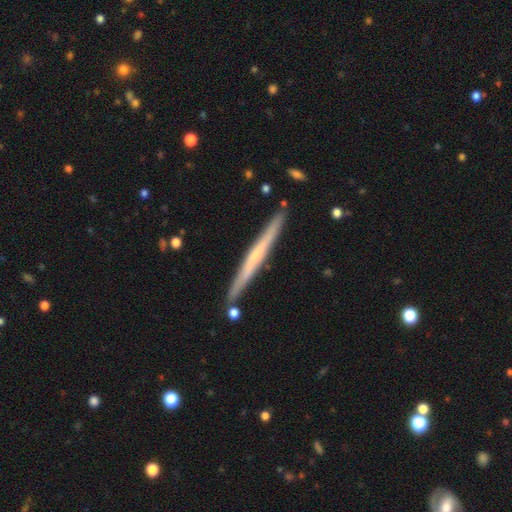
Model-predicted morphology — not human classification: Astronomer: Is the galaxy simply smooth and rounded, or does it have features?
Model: featured or disk — 61%.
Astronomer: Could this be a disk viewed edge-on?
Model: yes — 97%.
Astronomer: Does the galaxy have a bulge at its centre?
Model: none — 64%.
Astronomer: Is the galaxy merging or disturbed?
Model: none — 88%.